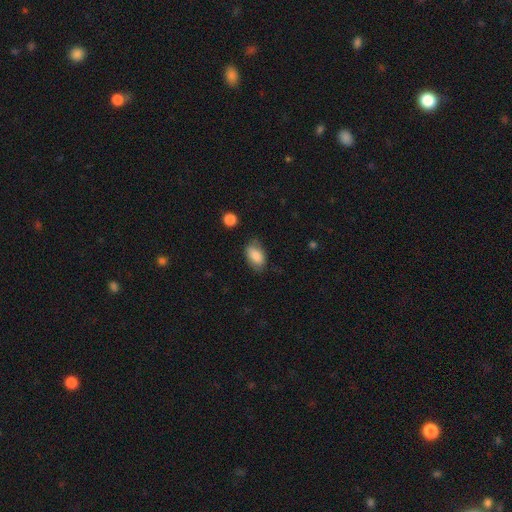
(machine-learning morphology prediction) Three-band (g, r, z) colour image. It shows a smooth galaxy with no disk features (80%) that is in between round and cigar-shaped (91%). Merging: none (67%).